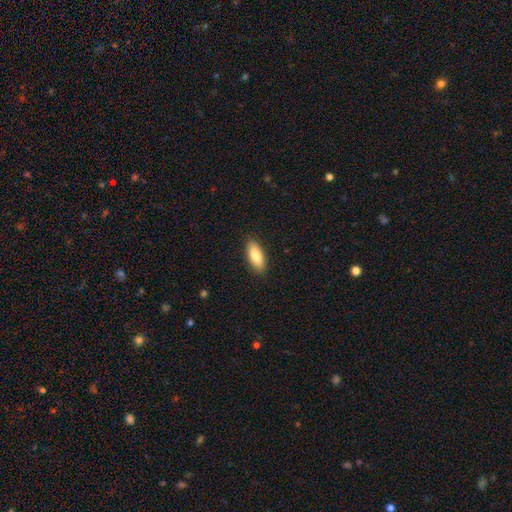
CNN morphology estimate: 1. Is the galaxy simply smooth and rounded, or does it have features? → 83% smooth, 11% featured or disk, 6% star or artifact.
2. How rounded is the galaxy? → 80% in between, 18% cigar-shaped, 2% round.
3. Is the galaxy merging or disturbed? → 89% none, 8% minor disturbance, 2% major disturbance, 1% merger.